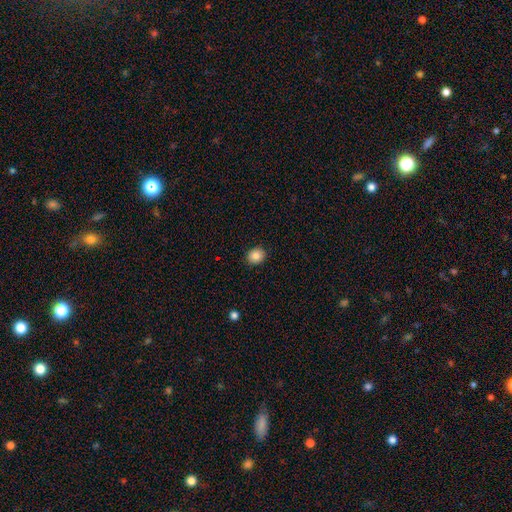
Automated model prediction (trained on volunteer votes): smooth 85%, star or artifact 9%, featured or disk 6%. Down the decision tree: how rounded — round (67%); merging — none (90%).